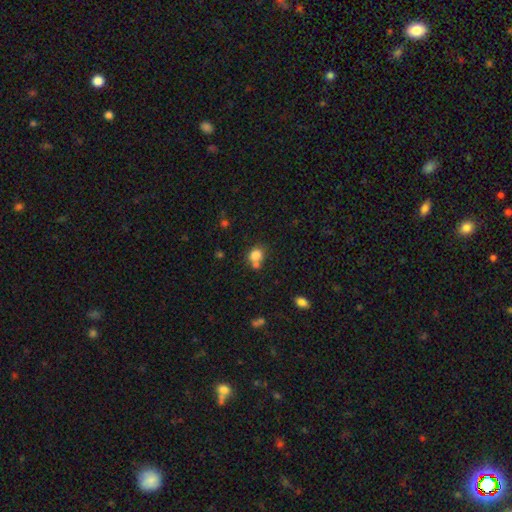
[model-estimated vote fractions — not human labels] smooth-or-featured: smooth: 81% | star or artifact: 11% | featured or disk: 8%
  how-rounded: round: 75% | in between: 24% | cigar-shaped: 1%
  merging: none: 51% | merger: 35% | minor disturbance: 10% | major disturbance: 4%